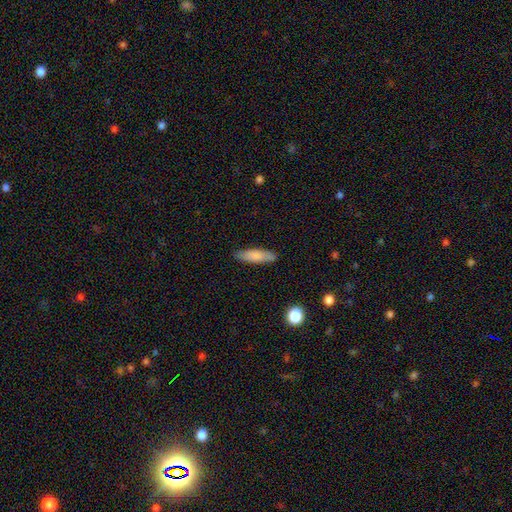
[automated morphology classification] Smooth or featured? smooth (79%)
How rounded? cigar-shaped (61%)
Merging? none (83%)